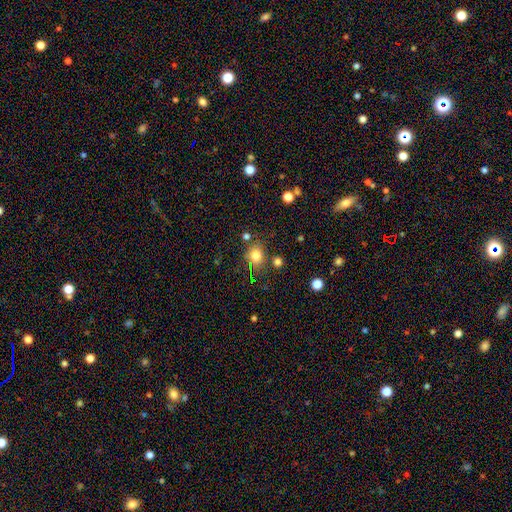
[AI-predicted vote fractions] Smooth or featured?
  - smooth: 76% *
  - star or artifact: 15%
  - featured or disk: 9%
How rounded?
  - round: 59% *
  - in between: 40%
  - cigar-shaped: 1%
Merging?
  - none: 73% *
  - minor disturbance: 14%
  - merger: 8%
  - major disturbance: 5%